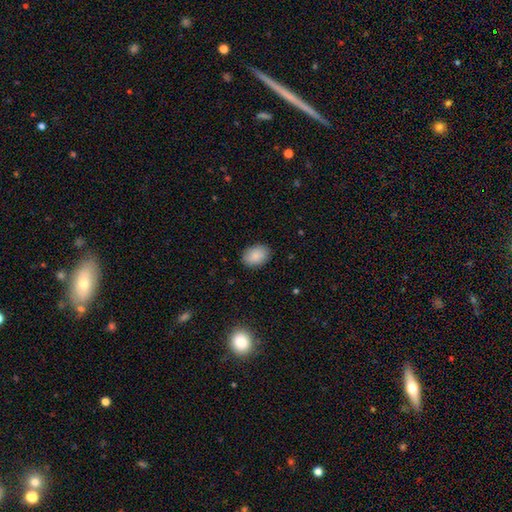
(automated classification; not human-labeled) A smooth galaxy with no disk features (88%) that is in between round and cigar-shaped (79%). Merging: none (88%).